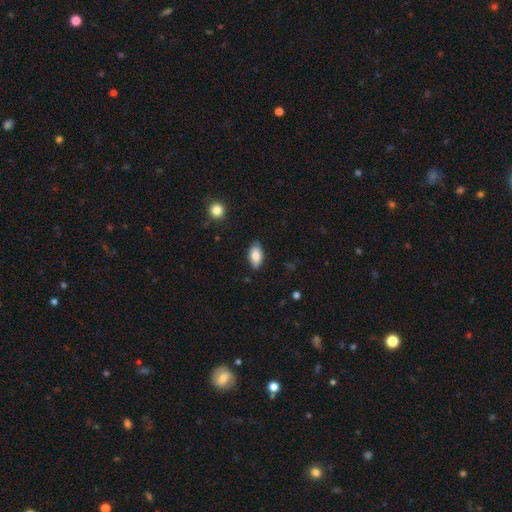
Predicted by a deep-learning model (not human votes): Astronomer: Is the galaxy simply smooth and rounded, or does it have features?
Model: smooth — 85%.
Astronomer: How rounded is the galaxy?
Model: in between — 93%.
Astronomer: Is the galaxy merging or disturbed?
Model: none — 84%.